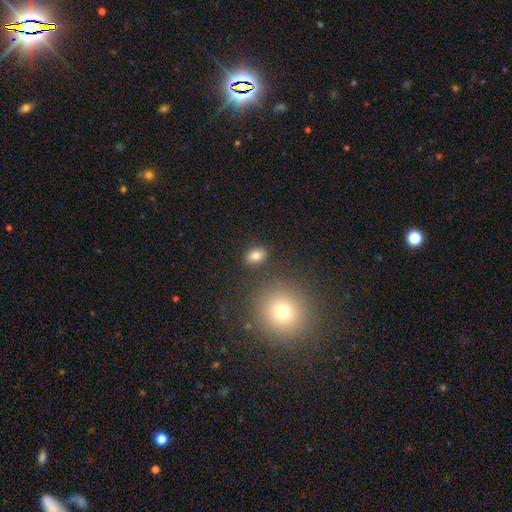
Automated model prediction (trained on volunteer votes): A smooth galaxy with no disk features (80%) that is in between round and cigar-shaped (74%).

Vote fractions:
- Smooth or featured? smooth: 80% / star or artifact: 12% / featured or disk: 9%
- How rounded? in between: 74% / round: 24% / cigar-shaped: 2%
- Merging? none: 83% / minor disturbance: 9% / merger: 4% / major disturbance: 3%